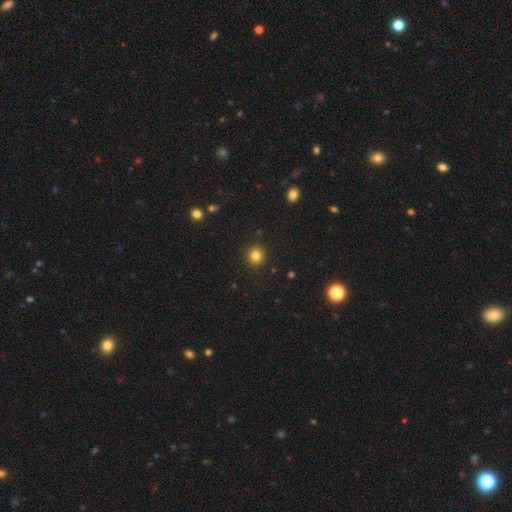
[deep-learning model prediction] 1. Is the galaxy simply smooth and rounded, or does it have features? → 82% smooth, 12% star or artifact, 6% featured or disk.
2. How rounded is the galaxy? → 92% round, 7% in between, 1% cigar-shaped.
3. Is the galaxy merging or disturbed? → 91% none, 5% minor disturbance, 2% major disturbance, 1% merger.